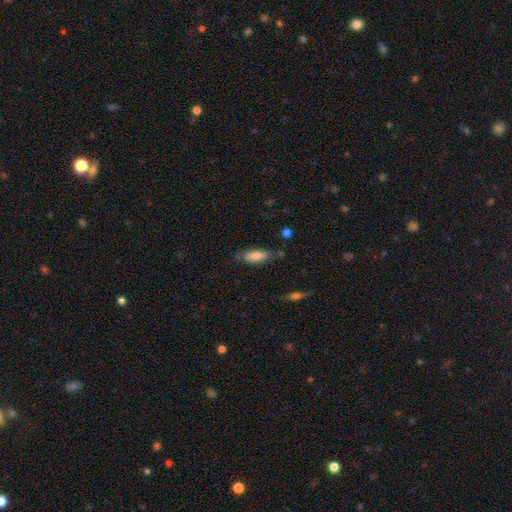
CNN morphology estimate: Smooth or featured? Predicted: smooth (p=0.68). How rounded? Predicted: in between (p=0.63). Merging? Predicted: none (p=0.63).